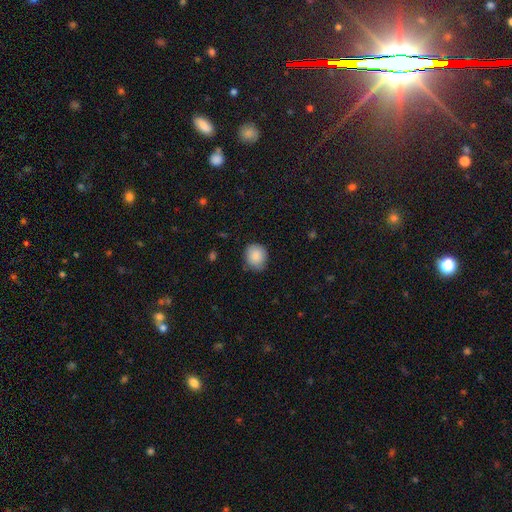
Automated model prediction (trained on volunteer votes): Smooth or featured: smooth — 87% (star or artifact — 7%)
How rounded: round — 80% (in between — 19%)
Merging: none — 80% (minor disturbance — 16%)